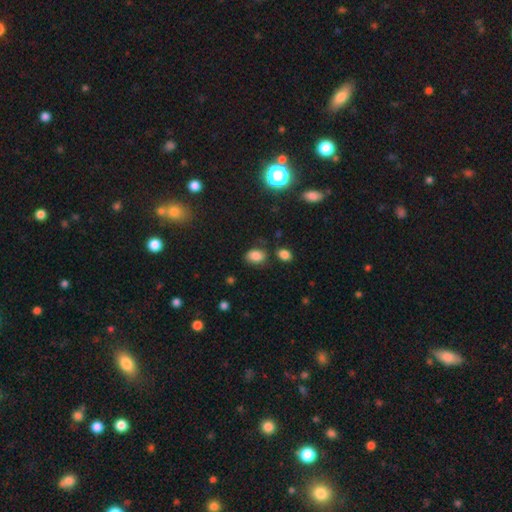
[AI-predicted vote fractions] Smooth or featured? smooth (82%)
How rounded? in between (76%)
Merging? none (73%)